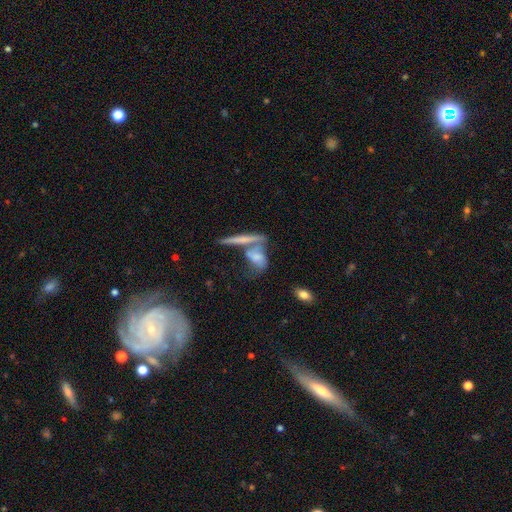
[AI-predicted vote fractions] smooth_or_featured: featured or disk (p=0.47) [alt: smooth p=0.42]
merging: merger (p=0.44) [alt: none p=0.36]